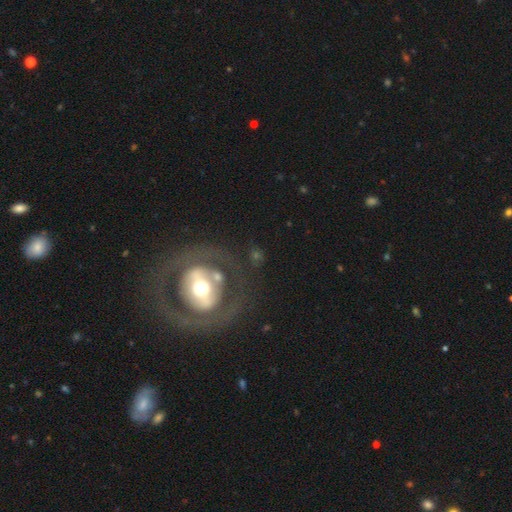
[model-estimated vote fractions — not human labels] Q: Smooth or featured?
A: featured or disk (64%); runner-up: smooth (27%)
Q: Edge-on disk?
A: no (92%); runner-up: yes (8%)
Q: Bar?
A: no (46%); runner-up: strong (30%)
Q: Spiral arms?
A: no (71%); runner-up: yes (29%)
Q: Bulge size?
A: moderate (65%); runner-up: large (20%)
Q: Merging?
A: none (70%); runner-up: major disturbance (14%)